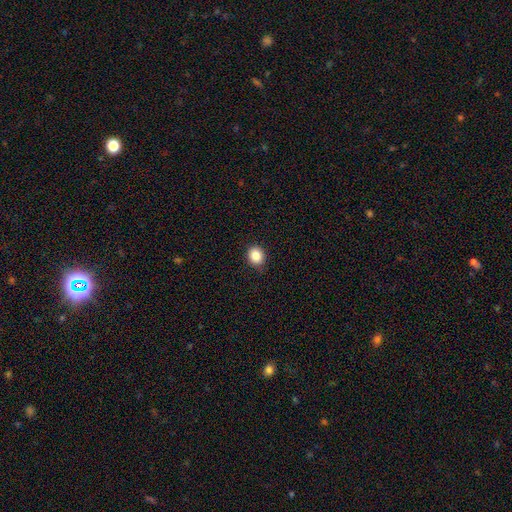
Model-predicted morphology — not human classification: A smooth galaxy with no disk features (86%) that is round (67%). Merging: none (87%).